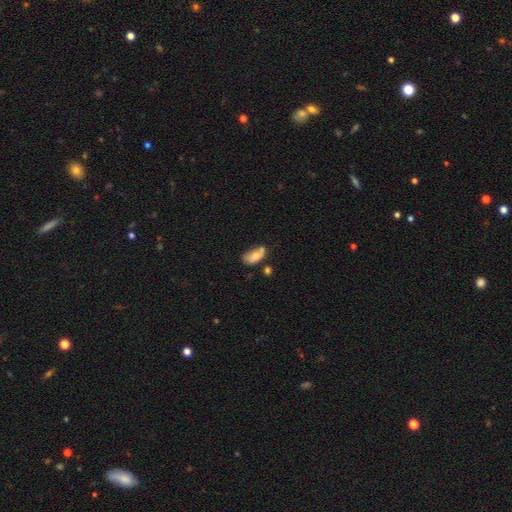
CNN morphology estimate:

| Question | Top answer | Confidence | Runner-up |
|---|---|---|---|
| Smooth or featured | smooth | 73% | featured or disk (19%) |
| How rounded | in between | 90% | cigar-shaped (5%) |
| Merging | none | 42% | minor disturbance (29%) |